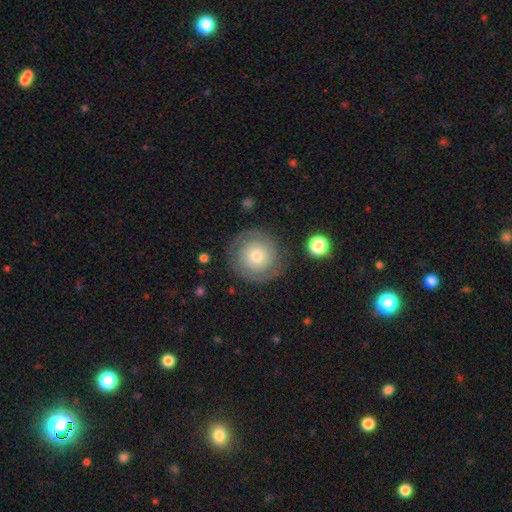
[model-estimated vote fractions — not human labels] A featured or disk galaxy (60%) with no bar (85%), spiral arms (84%) and a moderate central bulge (54%). Merging: none (85%).